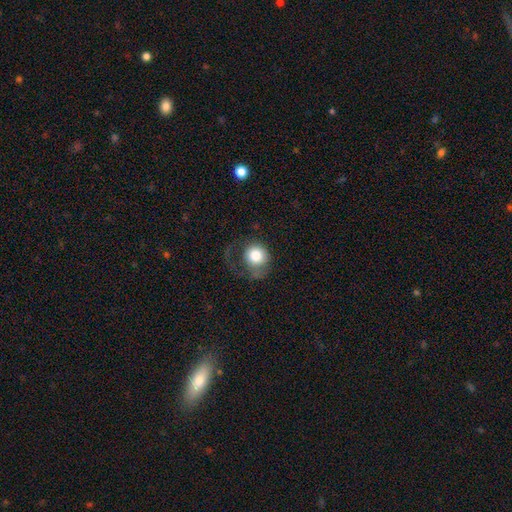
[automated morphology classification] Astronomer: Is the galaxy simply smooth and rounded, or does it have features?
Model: smooth — 77%.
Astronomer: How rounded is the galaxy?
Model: round — 83%.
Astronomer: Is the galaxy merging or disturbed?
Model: major disturbance — 38% (runner-up: none, 37%).